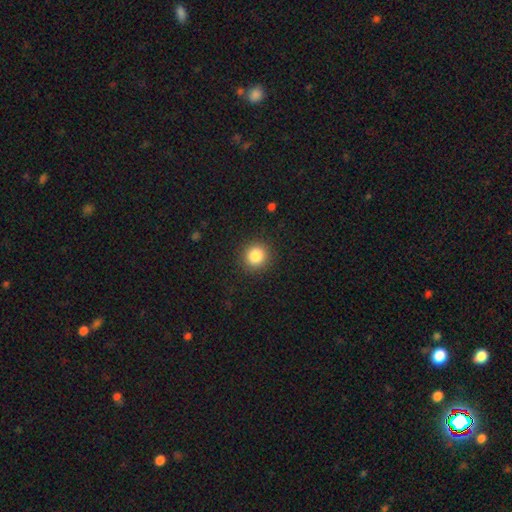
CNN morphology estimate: smooth_or_featured: smooth (p=0.85) [alt: star or artifact p=0.10]
how_rounded: round (p=0.91) [alt: in between p=0.09]
merging: none (p=0.91) [alt: minor disturbance p=0.06]